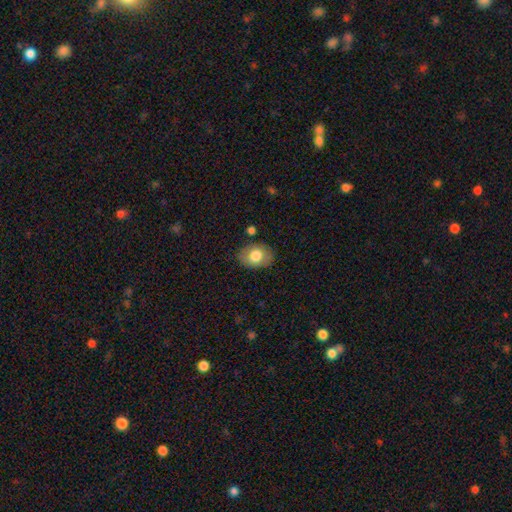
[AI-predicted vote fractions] Smooth or featured? Predicted: smooth (p=0.76). How rounded? Predicted: in between (p=0.70). Merging? Predicted: none (p=0.79).